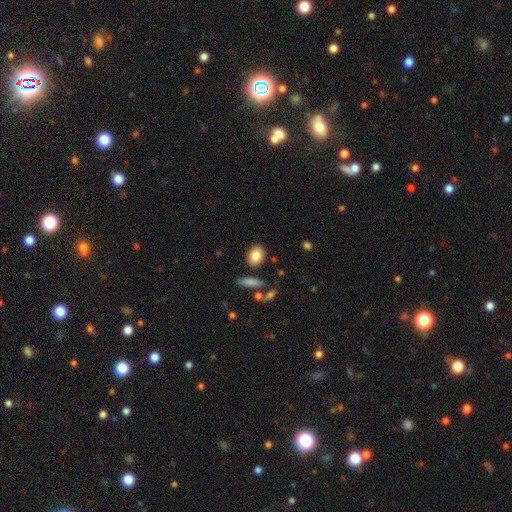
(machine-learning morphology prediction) Smooth or featured? Predicted: smooth (p=0.84). How rounded? Predicted: in between (p=0.64). Merging? Predicted: none (p=0.83).